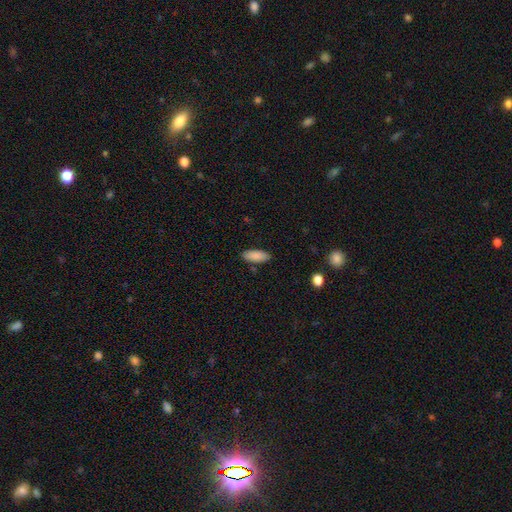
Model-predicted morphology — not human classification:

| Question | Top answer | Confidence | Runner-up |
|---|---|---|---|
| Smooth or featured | smooth | 88% | star or artifact (7%) |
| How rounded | in between | 80% | cigar-shaped (18%) |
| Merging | none | 86% | minor disturbance (10%) |